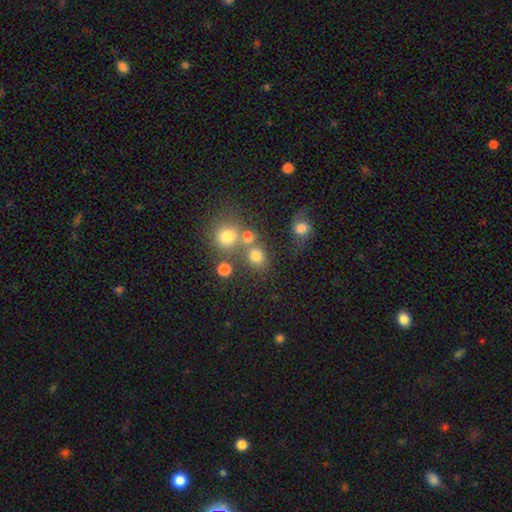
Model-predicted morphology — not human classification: Smooth or featured? smooth (74%)
How rounded? round (80%)
Merging? none (59%)